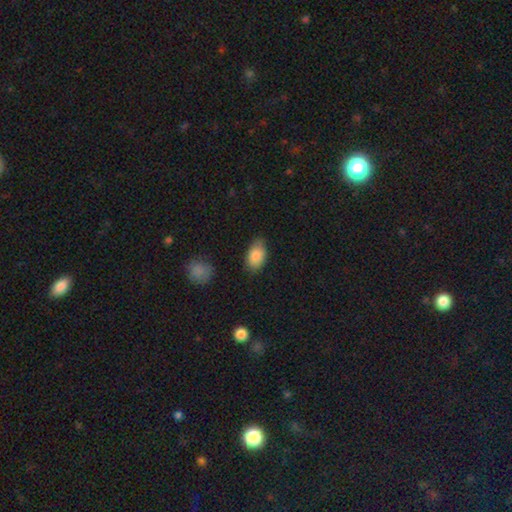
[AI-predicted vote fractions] A smooth galaxy with no disk features (86%) that is in between round and cigar-shaped (91%). Merging: none (75%).